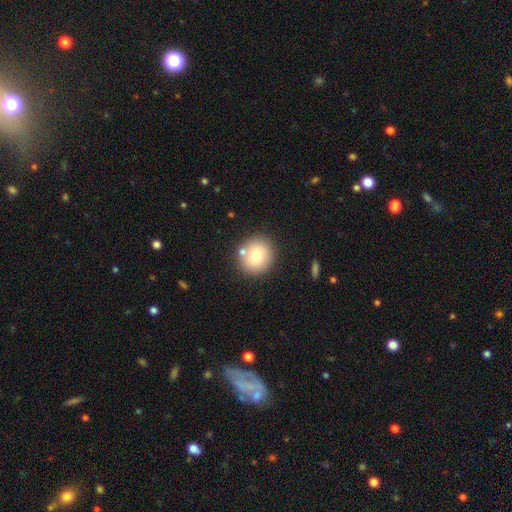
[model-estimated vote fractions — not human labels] Morphology: type=smooth (75%); roundness=round (89%); merging=none (78%).